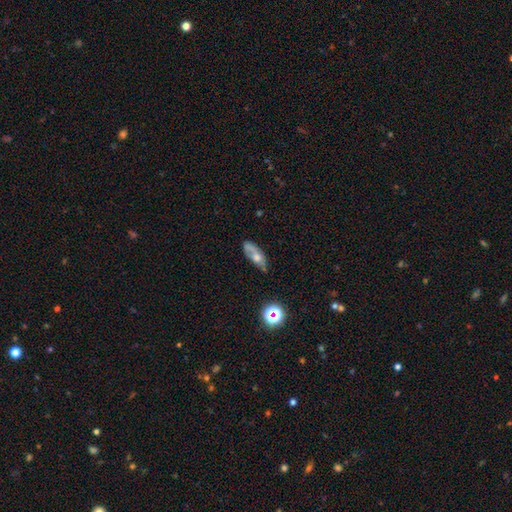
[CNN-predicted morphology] Smooth or featured? smooth (52%)
How rounded? in between (71%)
Merging? none (42%)